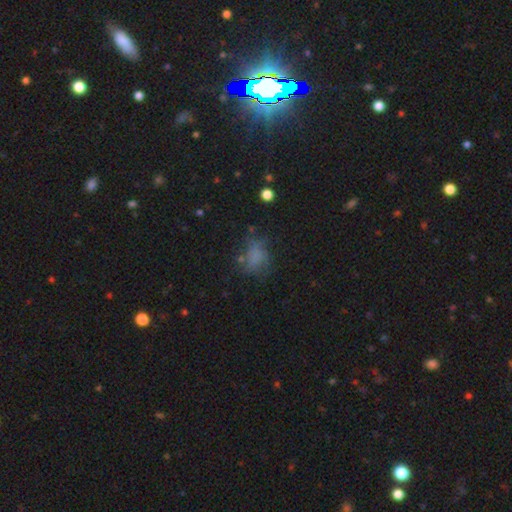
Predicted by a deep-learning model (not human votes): smooth_or_featured: smooth (p=0.61) [alt: featured or disk p=0.21]
how_rounded: in between (p=0.61) [alt: round p=0.36]
merging: none (p=0.48) [alt: minor disturbance p=0.25]